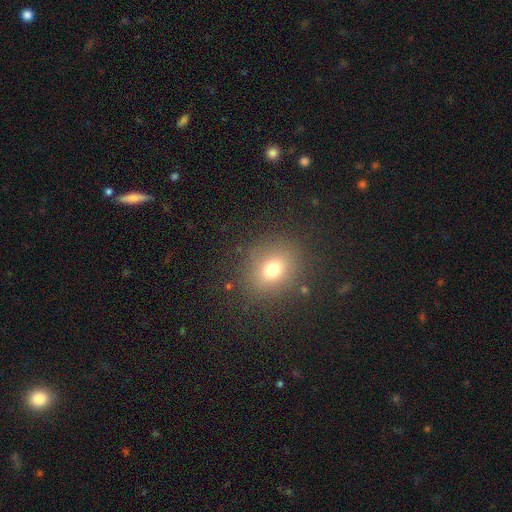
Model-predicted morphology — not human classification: Smooth or featured?
  - smooth: 71% *
  - star or artifact: 18%
  - featured or disk: 11%
How rounded?
  - round: 65% *
  - in between: 34%
  - cigar-shaped: 1%
Merging?
  - none: 88% *
  - minor disturbance: 8%
  - major disturbance: 3%
  - merger: 2%